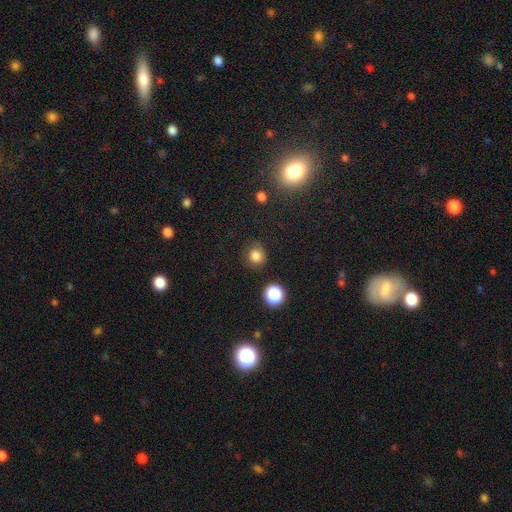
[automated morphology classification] This is clearly a smooth galaxy (82%). How rounded: clearly round (91%). Merging: clearly none (86%).